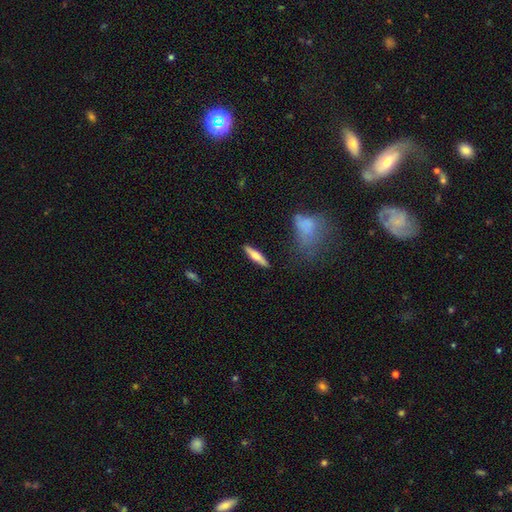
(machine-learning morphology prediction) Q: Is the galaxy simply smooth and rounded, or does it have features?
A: smooth — 63%.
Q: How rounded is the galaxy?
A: cigar-shaped — 82%.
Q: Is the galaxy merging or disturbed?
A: none — 87%.